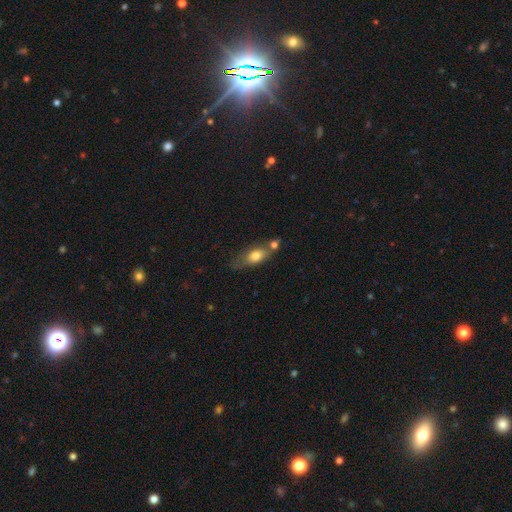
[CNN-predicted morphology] This is likely a smooth galaxy (70%). How rounded: likely in between (74%). Merging: possibly none (48%).